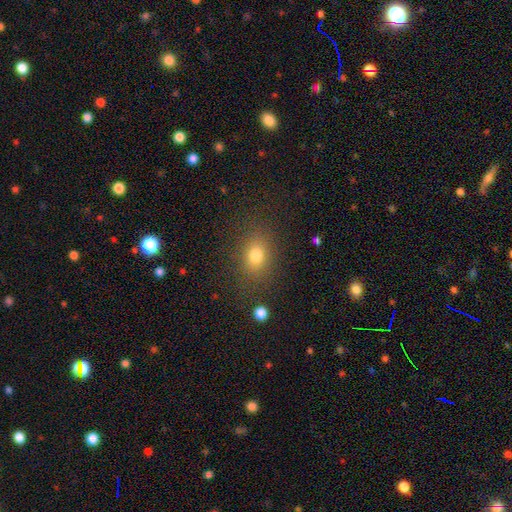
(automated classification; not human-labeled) Overall: smooth (78%). How rounded: in between (63%; round 35%). Merging: none (84%).